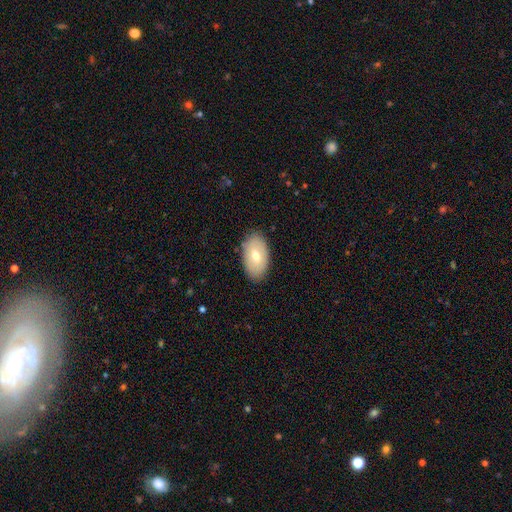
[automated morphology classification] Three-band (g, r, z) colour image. It shows a smooth galaxy with no disk features (66%) that is in between round and cigar-shaped (94%). Merging: none (86%).